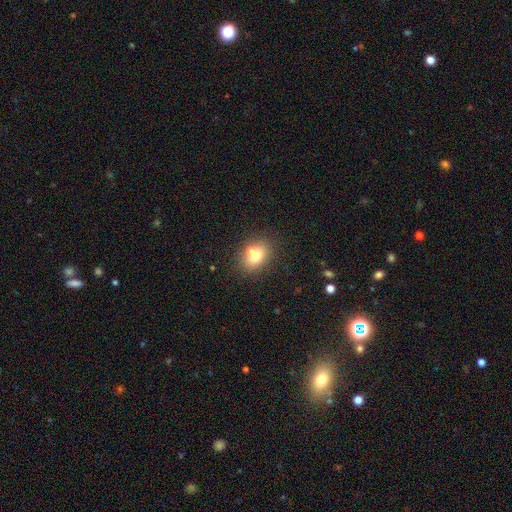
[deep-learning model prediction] smooth_or_featured: smooth (p=0.66) [alt: featured or disk p=0.21]
how_rounded: in between (p=0.55) [alt: round p=0.43]
merging: none (p=0.52) [alt: merger p=0.34]